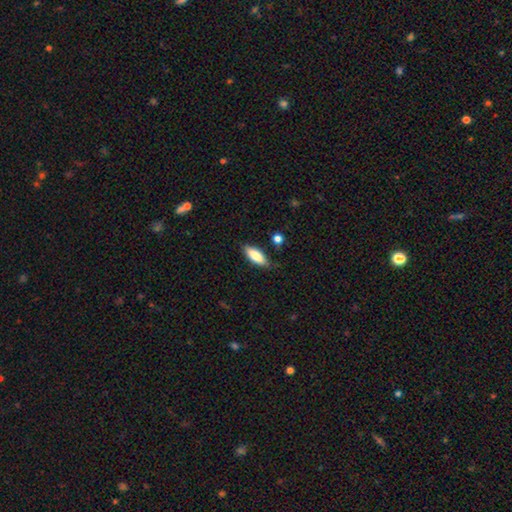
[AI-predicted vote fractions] Q: Smooth or featured?
A: smooth (81%); runner-up: featured or disk (13%)
Q: How rounded?
A: in between (74%); runner-up: cigar-shaped (23%)
Q: Merging?
A: none (79%); runner-up: minor disturbance (16%)